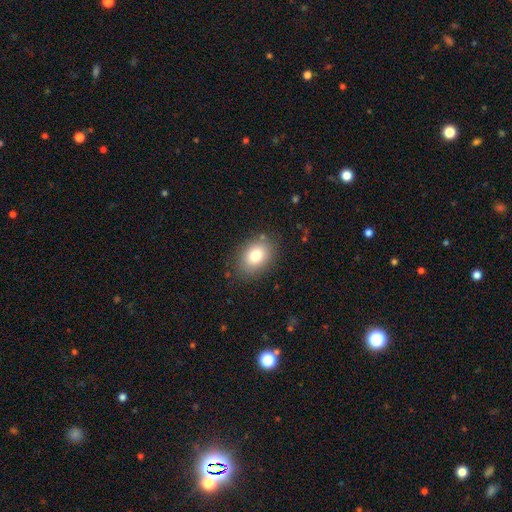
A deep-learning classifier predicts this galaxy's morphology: type=smooth (79%); roundness=in between (71%); merging=none (82%).